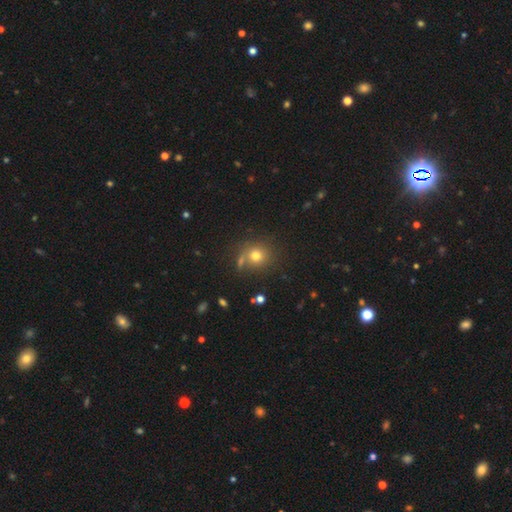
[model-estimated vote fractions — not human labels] Q: Smooth or featured?
A: smooth (73%); runner-up: star or artifact (17%)
Q: How rounded?
A: round (87%); runner-up: in between (12%)
Q: Merging?
A: none (71%); runner-up: minor disturbance (12%)